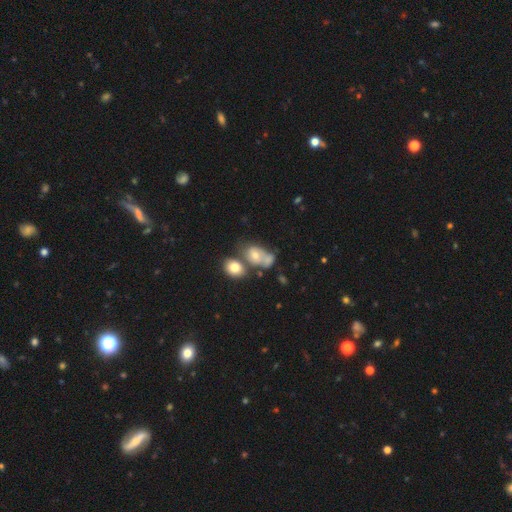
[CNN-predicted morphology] The model was most divided on "merging": merger: 41%, none: 35%, minor disturbance: 15%, major disturbance: 9%. More confident: how rounded — in between (60%); smooth or featured — smooth (52%).